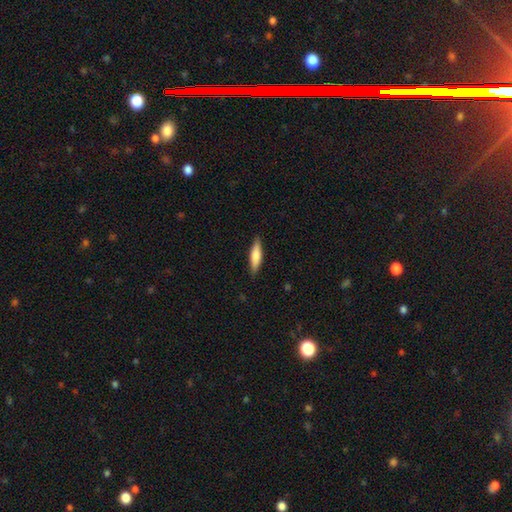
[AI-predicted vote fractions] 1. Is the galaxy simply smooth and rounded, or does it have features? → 71% smooth, 24% featured or disk, 5% star or artifact.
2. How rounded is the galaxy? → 72% cigar-shaped, 26% in between, 2% round.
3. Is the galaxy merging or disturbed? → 88% none, 9% minor disturbance, 2% major disturbance, 1% merger.